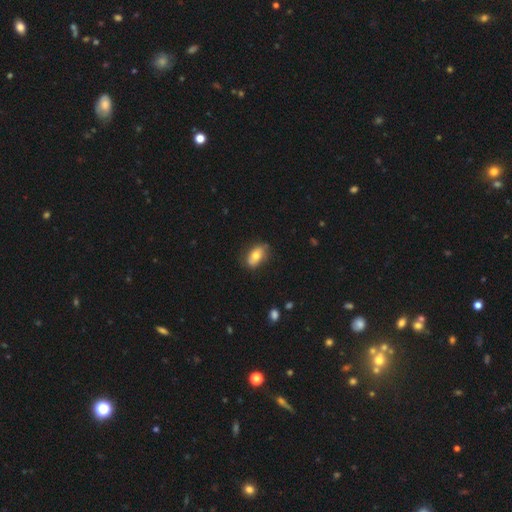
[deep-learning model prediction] Smooth or featured? smooth (67%)
How rounded? in between (89%)
Merging? none (73%)